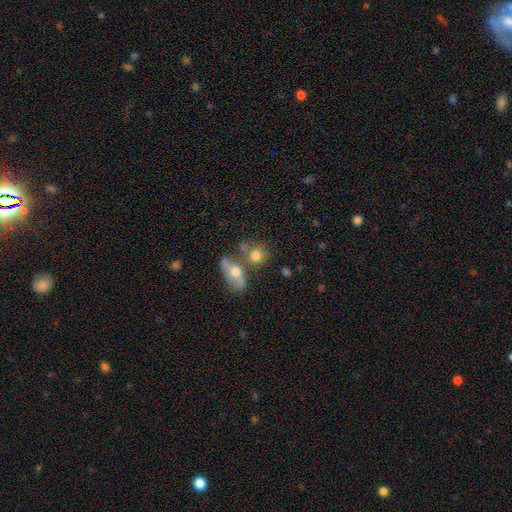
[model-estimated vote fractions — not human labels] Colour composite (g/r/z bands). It shows a smooth galaxy with no disk features (75%) that is round (73%). Merging: none (49%).